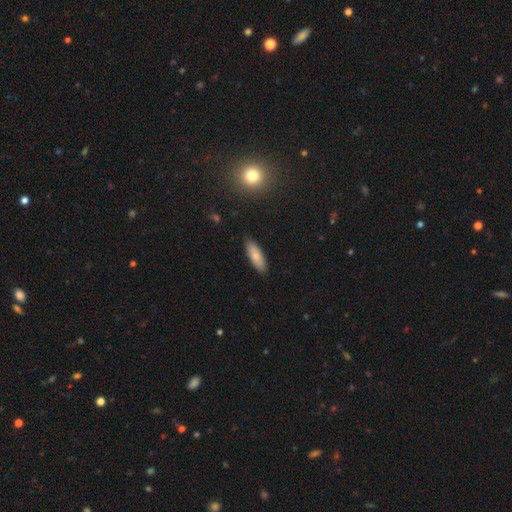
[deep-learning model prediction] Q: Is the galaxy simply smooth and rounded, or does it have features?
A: smooth — 81%.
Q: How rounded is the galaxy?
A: in between — 60%.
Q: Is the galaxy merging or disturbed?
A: none — 88%.